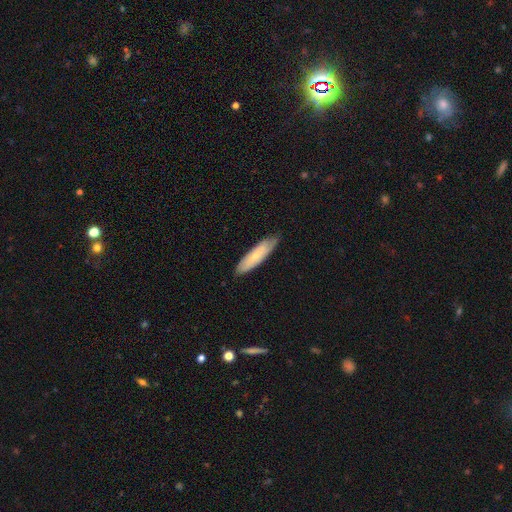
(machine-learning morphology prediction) Smooth or featured: smooth — 71% (featured or disk — 24%)
How rounded: cigar-shaped — 71% (in between — 27%)
Merging: none — 84% (minor disturbance — 13%)